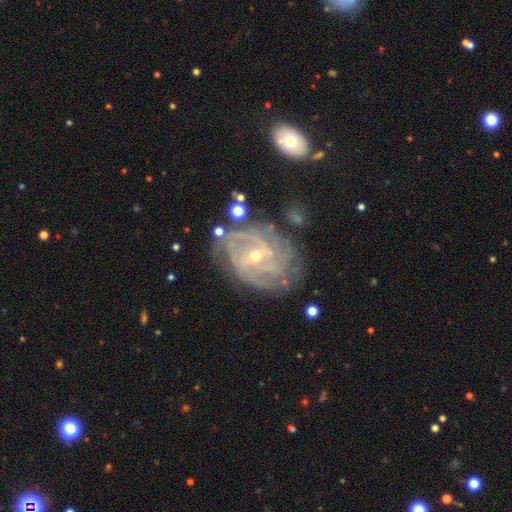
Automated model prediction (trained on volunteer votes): featured or disk 90%, star or artifact 6%, smooth 4%. Down the decision tree: edge-on disk — no (97%); bar — weak (48%); spiral arms — yes (97%); spiral arm count — can't tell (26%); spiral winding — tight (67%); bulge size — small (61%); merging — none (69%).